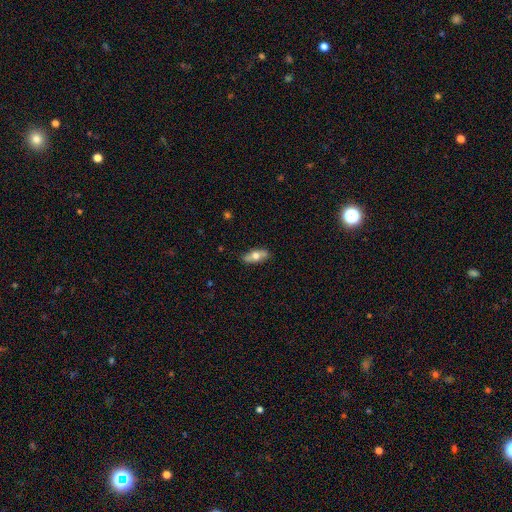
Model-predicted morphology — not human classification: The model was most divided on "smooth or featured": smooth: 58%, featured or disk: 36%, star or artifact: 6%. More confident: merging — none (81%); how rounded — in between (76%).